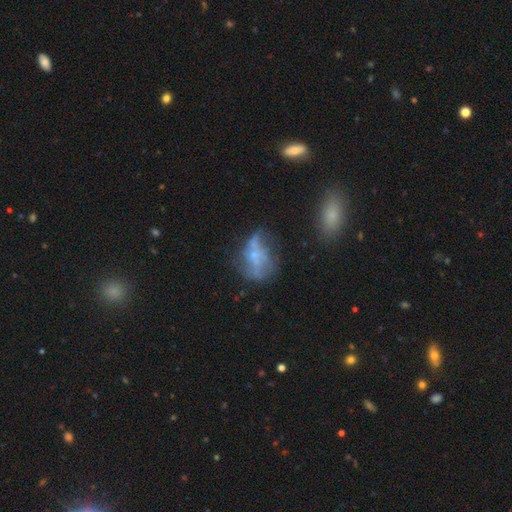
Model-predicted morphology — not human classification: Smooth or featured? Predicted: featured or disk (p=0.51). Edge-on disk? Predicted: no (p=0.94). Merging? Predicted: none (p=0.37).